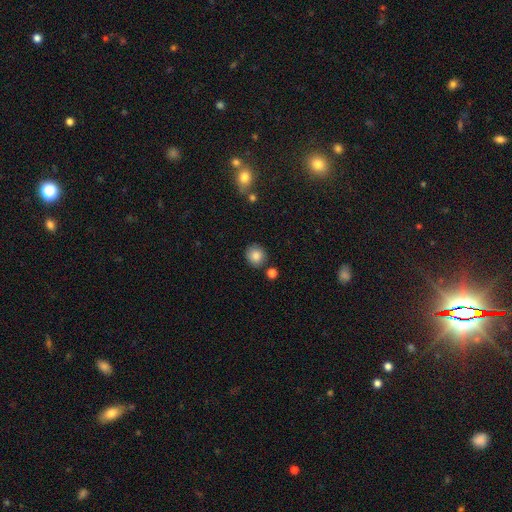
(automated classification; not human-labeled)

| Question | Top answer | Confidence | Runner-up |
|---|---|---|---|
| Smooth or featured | smooth | 84% | star or artifact (10%) |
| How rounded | round | 89% | in between (10%) |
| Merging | none | 84% | minor disturbance (9%) |